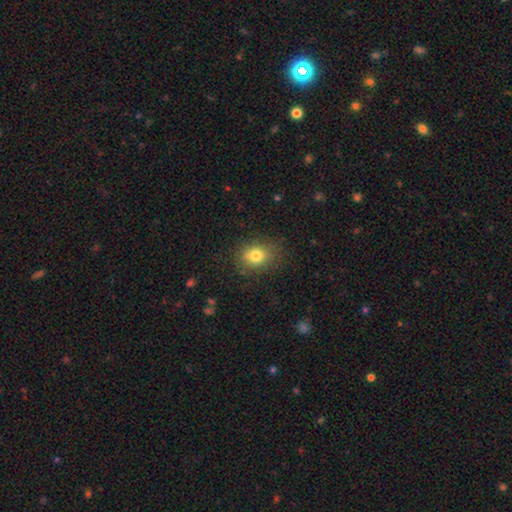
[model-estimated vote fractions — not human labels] smooth 79%, star or artifact 12%, featured or disk 9%. Down the decision tree: how rounded — in between (51%); merging — none (79%).